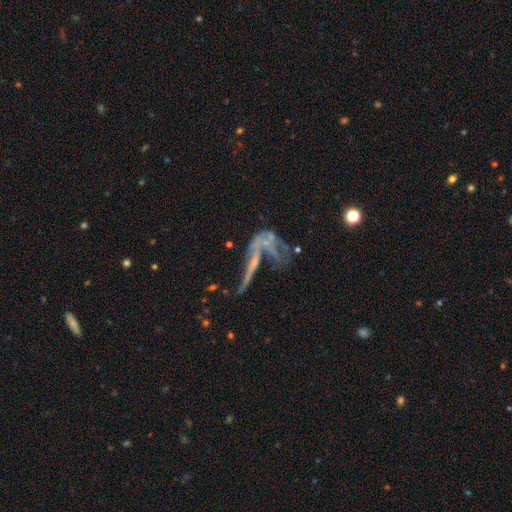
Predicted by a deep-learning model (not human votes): Smooth or featured? Predicted: featured or disk (p=0.56). Edge-on disk? Predicted: no (p=0.80). Merging? Predicted: major disturbance (p=0.40).